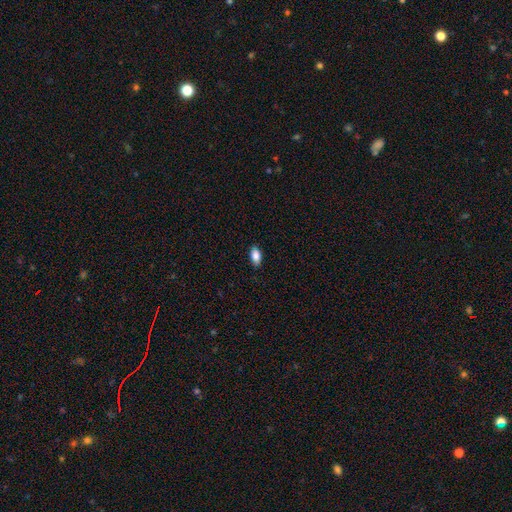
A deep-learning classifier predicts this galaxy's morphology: A smooth galaxy with no disk features (85%) that is in between round and cigar-shaped (90%). Merging: none (85%).